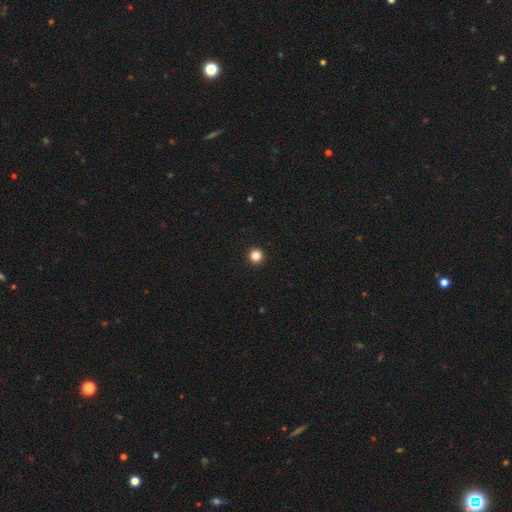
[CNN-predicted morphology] smooth 84%, star or artifact 12%, featured or disk 4%. Down the decision tree: how rounded — round (97%); merging — none (95%).